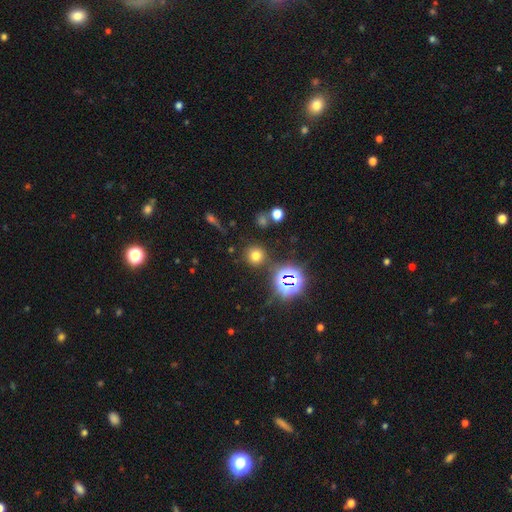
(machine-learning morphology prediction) The model was most divided on "smooth or featured": smooth: 66%, star or artifact: 26%, featured or disk: 9%. More confident: how rounded — round (92%); merging — none (85%).